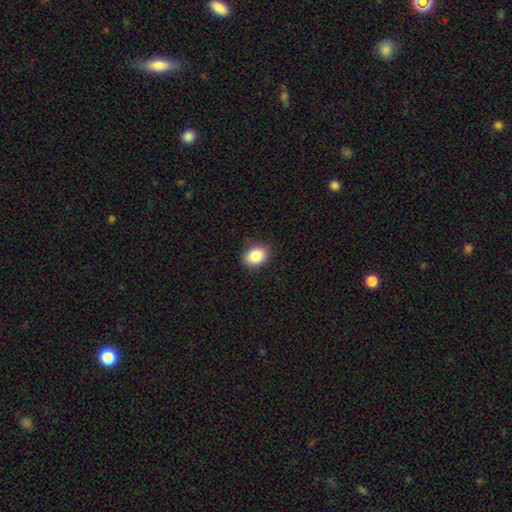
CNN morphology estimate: Smooth or featured?
  - smooth: 85% *
  - star or artifact: 9%
  - featured or disk: 6%
How rounded?
  - in between: 59% *
  - round: 40%
  - cigar-shaped: 1%
Merging?
  - none: 87% *
  - minor disturbance: 10%
  - major disturbance: 2%
  - merger: 1%